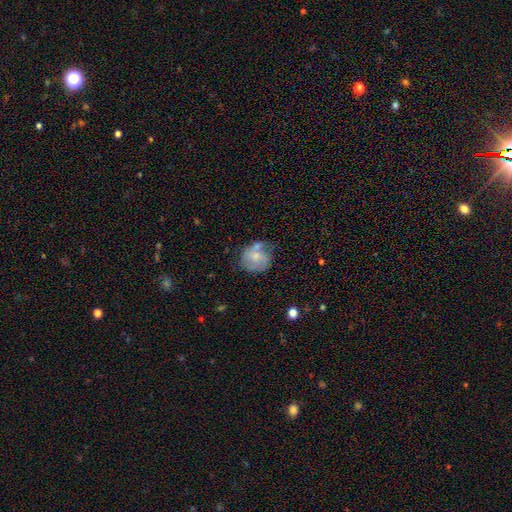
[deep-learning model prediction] A smooth galaxy with no disk features (51%) that is round (76%). Merging: none (49%).